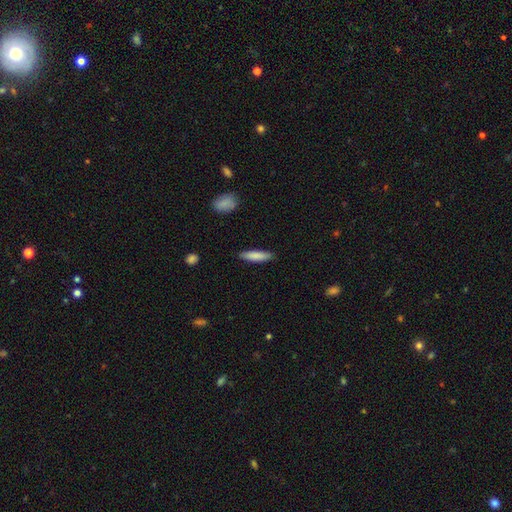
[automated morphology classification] type=smooth (83%); roundness=cigar-shaped (74%); merging=none (88%).